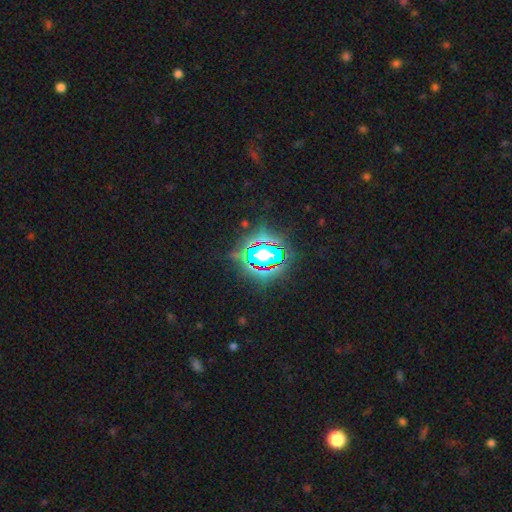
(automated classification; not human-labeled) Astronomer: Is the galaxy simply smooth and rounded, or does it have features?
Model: star or artifact — 80%.